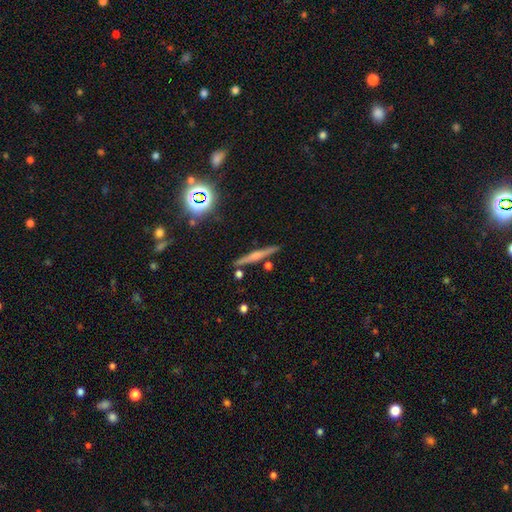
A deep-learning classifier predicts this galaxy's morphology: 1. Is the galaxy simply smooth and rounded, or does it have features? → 60% featured or disk, 29% smooth, 11% star or artifact.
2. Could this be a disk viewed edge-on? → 97% yes, 3% no.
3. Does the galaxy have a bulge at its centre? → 70% rounded, 17% none, 12% boxy.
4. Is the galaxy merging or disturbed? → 88% none, 7% minor disturbance, 3% merger, 2% major disturbance.